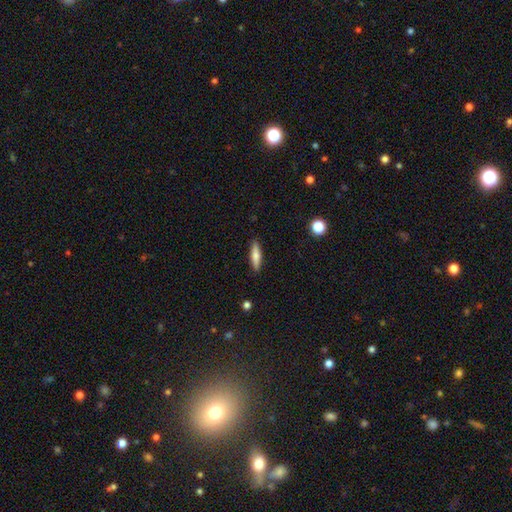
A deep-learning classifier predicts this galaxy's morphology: Smooth or featured?
  - smooth: 70% *
  - featured or disk: 23%
  - star or artifact: 6%
How rounded?
  - cigar-shaped: 72% *
  - in between: 26%
  - round: 2%
Merging?
  - none: 89% *
  - minor disturbance: 8%
  - major disturbance: 2%
  - merger: 1%